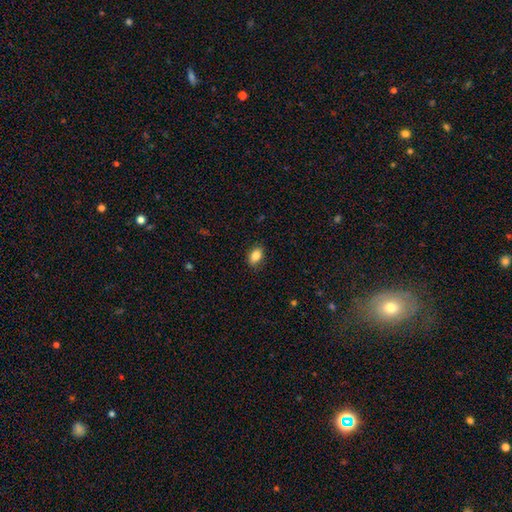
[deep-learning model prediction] Morphology: type=smooth (86%); roundness=in between (87%); merging=none (87%).